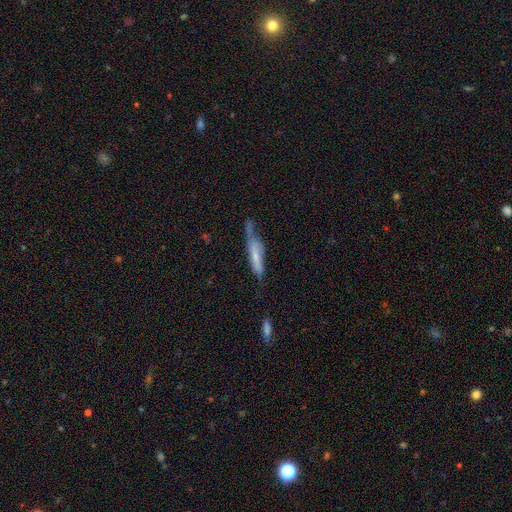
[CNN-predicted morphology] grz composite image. It shows a smooth galaxy with no disk features (54%) that is cigar-shaped (78%). Merging: none (37%).